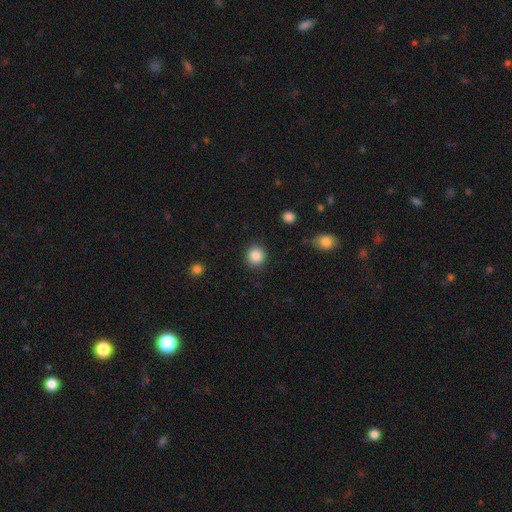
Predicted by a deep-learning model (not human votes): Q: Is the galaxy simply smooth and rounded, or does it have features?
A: smooth — 87%.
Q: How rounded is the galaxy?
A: round — 91%.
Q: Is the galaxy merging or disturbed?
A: none — 90%.